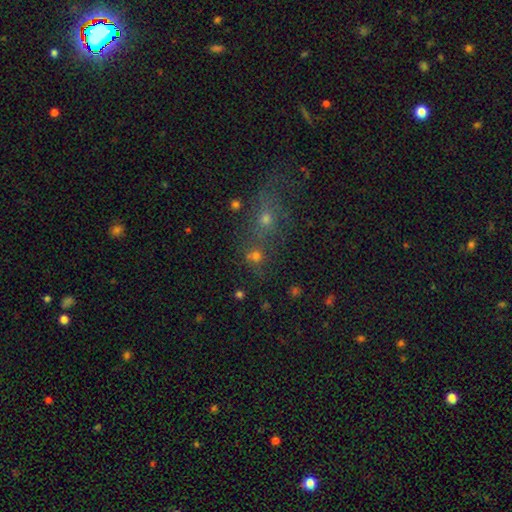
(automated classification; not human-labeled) Smooth or featured: smooth — 54% (star or artifact — 32%)
How rounded: round — 74% (in between — 23%)
Merging: none — 47% (merger — 37%)